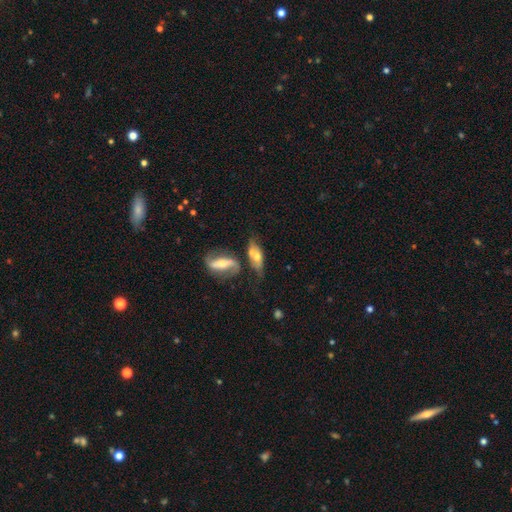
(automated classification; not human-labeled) smooth-or-featured: featured or disk: 47% | smooth: 45% | star or artifact: 8%
  merging: merger: 39% | none: 34% | minor disturbance: 17% | major disturbance: 11%